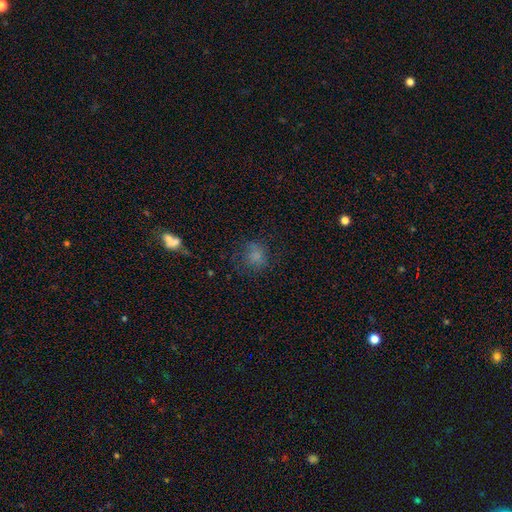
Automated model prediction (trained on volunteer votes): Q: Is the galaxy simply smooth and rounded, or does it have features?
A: smooth — 72%.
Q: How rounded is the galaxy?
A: round — 80%.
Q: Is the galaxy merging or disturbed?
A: none — 67%.